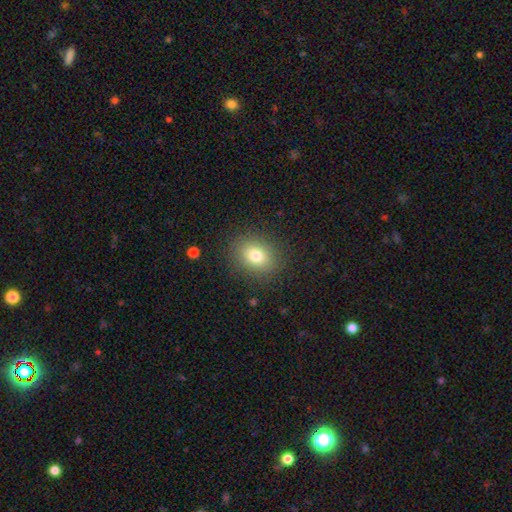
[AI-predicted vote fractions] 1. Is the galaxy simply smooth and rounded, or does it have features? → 78% smooth, 12% star or artifact, 10% featured or disk.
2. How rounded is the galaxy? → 52% round, 47% in between, 1% cigar-shaped.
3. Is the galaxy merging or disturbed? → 87% none, 8% minor disturbance, 4% major disturbance, 1% merger.